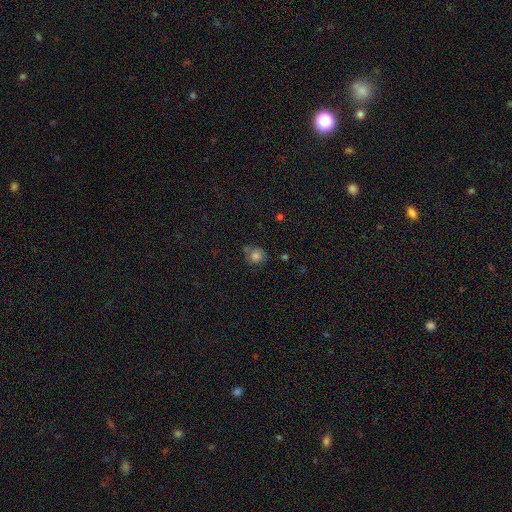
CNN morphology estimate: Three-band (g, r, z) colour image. It shows a smooth galaxy with no disk features (76%) that is round (85%). Merging: none (64%).